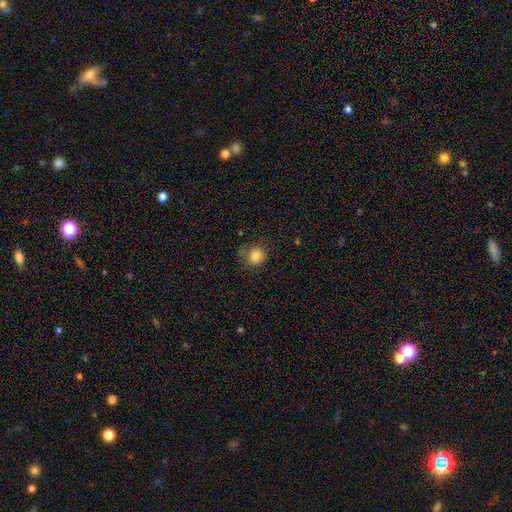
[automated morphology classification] Overall: smooth (84%). How rounded: round (77%). Merging: none (69%).